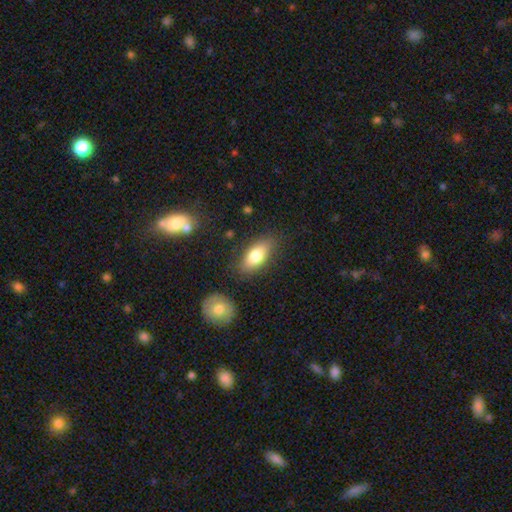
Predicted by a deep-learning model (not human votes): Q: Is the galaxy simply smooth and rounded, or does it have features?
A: smooth — 78%.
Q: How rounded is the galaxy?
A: in between — 86%.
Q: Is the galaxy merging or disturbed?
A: none — 81%.